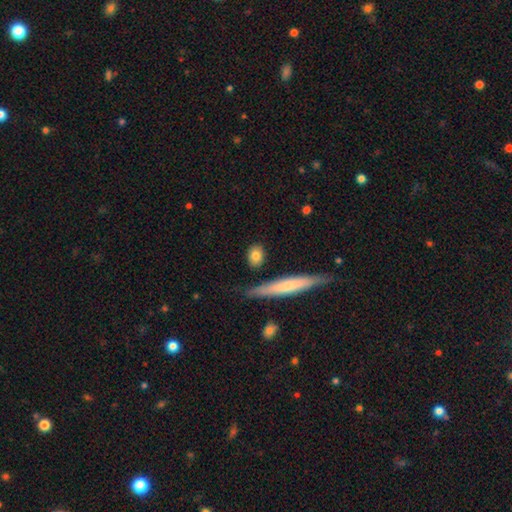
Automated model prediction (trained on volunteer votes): Morphology: type=smooth (81%); roundness=in between (60%); merging=none (82%).